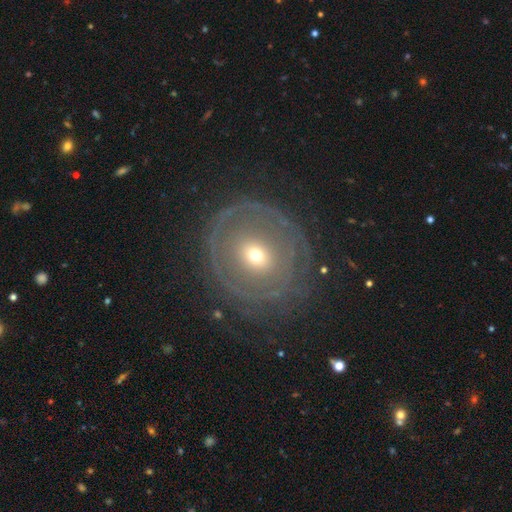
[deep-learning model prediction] Overall: featured or disk (68%). Edge-on disk: no (95%). Bar: no (80%). Spiral arms: yes (57%; no 43%). Bulge size: small (57%; moderate 37%). Merging: none (70%).